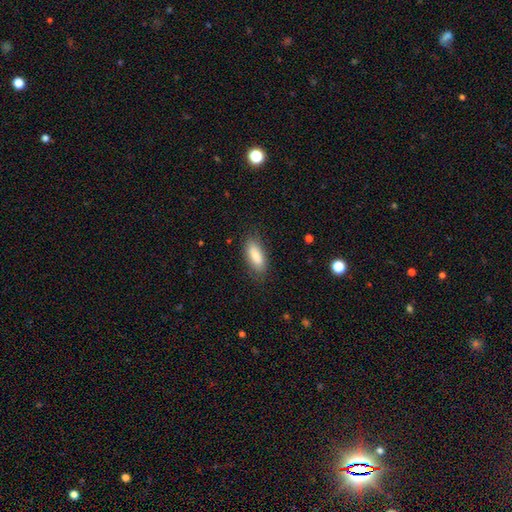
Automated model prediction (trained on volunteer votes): Smooth or featured? Predicted: smooth (p=0.84). How rounded? Predicted: in between (p=0.75). Merging? Predicted: none (p=0.81).